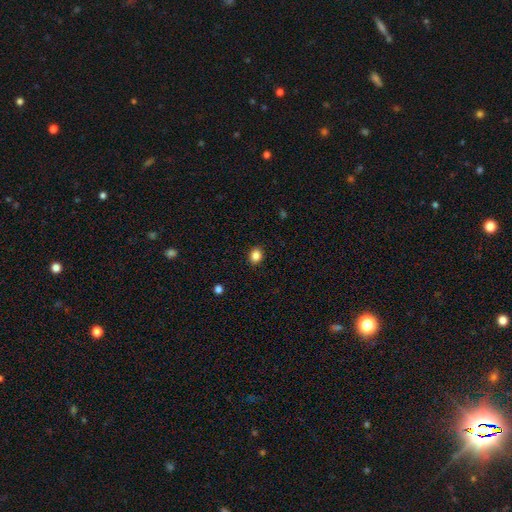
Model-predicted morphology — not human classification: Smooth or featured: smooth — 86% (star or artifact — 11%)
How rounded: round — 61% (in between — 38%)
Merging: none — 91% (minor disturbance — 6%)